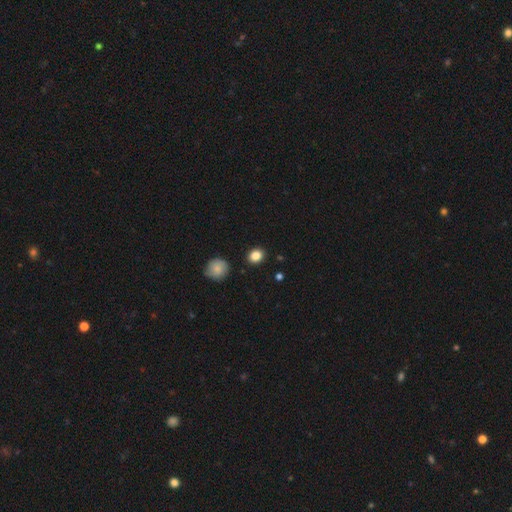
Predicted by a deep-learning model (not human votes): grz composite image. It shows a smooth galaxy with no disk features (85%) that is round (61%). Merging: none (89%).